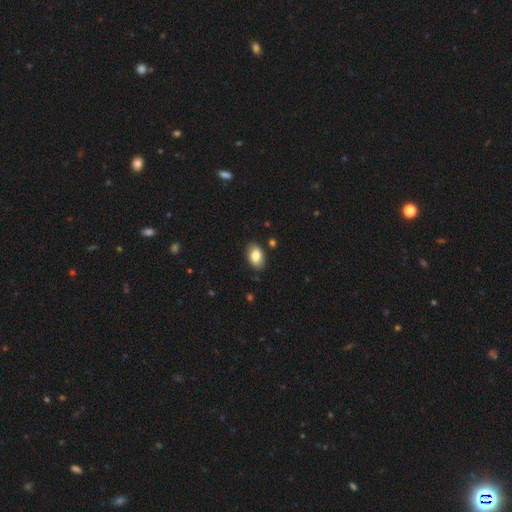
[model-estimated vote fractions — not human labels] smooth-or-featured: smooth: 82% | featured or disk: 11% | star or artifact: 7%
  how-rounded: in between: 91% | round: 8% | cigar-shaped: 1%
  merging: none: 86% | minor disturbance: 10% | major disturbance: 2% | merger: 1%